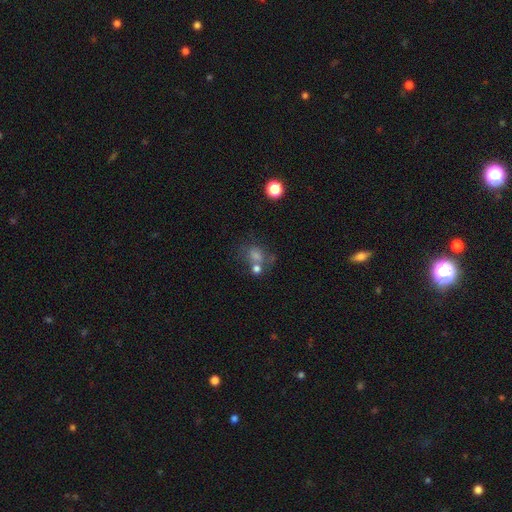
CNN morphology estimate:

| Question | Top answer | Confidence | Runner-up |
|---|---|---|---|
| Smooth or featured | smooth | 53% | star or artifact (26%) |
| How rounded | round | 57% | in between (41%) |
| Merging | none | 45% | merger (28%) |